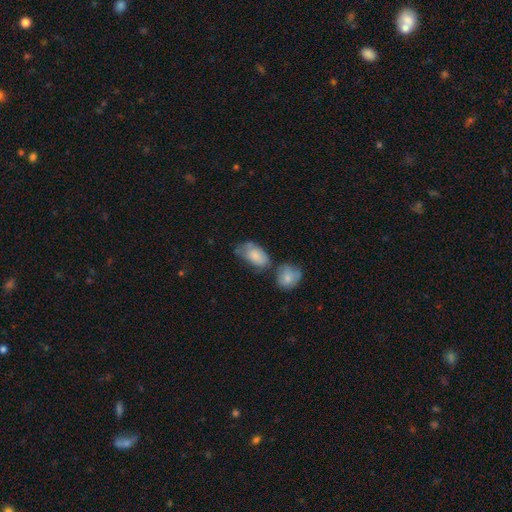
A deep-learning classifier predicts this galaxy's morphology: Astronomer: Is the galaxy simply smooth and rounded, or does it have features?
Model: smooth — 77%.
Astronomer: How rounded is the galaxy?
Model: in between — 91%.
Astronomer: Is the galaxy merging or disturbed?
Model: none — 33% (runner-up: minor disturbance, 29%).